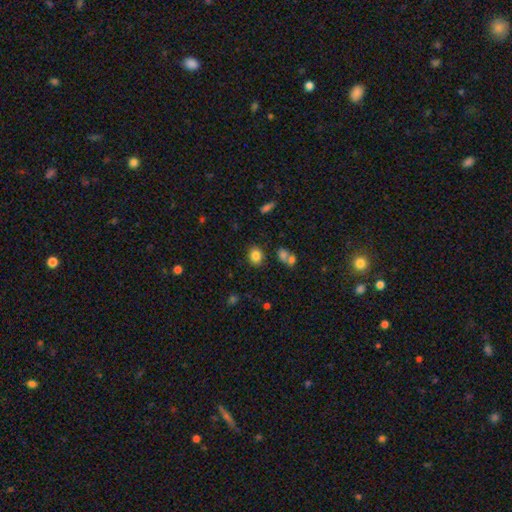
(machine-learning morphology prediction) smooth 82%, star or artifact 11%, featured or disk 7%. Down the decision tree: how rounded — round (55%); merging — none (81%).